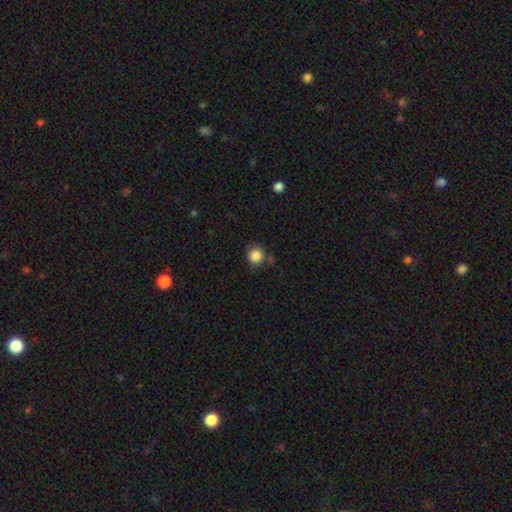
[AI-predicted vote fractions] The model was most divided on "merging": none: 76%, minor disturbance: 14%, merger: 5%, major disturbance: 4%. More confident: how rounded — round (89%); smooth or featured — smooth (86%).